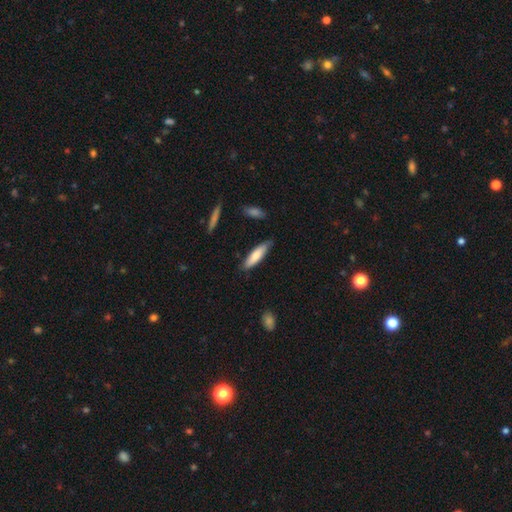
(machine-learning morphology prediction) A smooth galaxy with no disk features (78%) that is cigar-shaped (64%).

Vote fractions:
- Smooth or featured? smooth: 78% / featured or disk: 16% / star or artifact: 6%
- How rounded? cigar-shaped: 64% / in between: 35% / round: 1%
- Merging? none: 79% / minor disturbance: 17% / major disturbance: 3% / merger: 2%